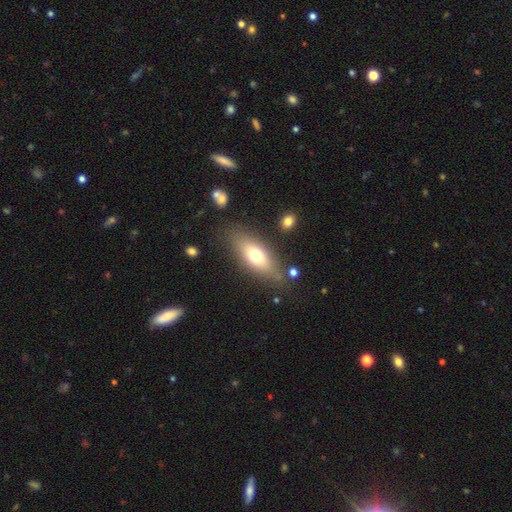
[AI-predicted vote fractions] Overall: smooth (66%; featured or disk 27%). How rounded: in between (69%). Merging: none (78%).